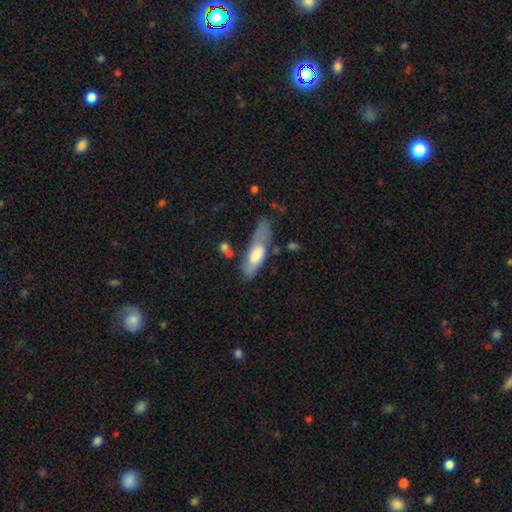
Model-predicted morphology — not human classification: The model was most divided on "merging": none: 45%, minor disturbance: 28%, major disturbance: 19%, merger: 8%. More confident: smooth or featured — smooth (59%); how rounded — in between (58%).